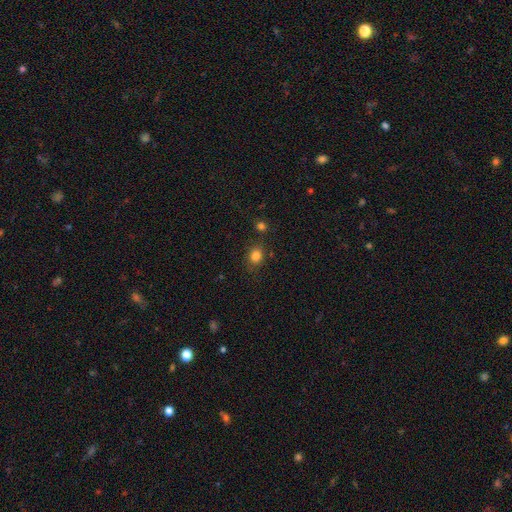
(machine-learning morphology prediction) type=smooth (82%); roundness=round (62%); merging=none (77%).